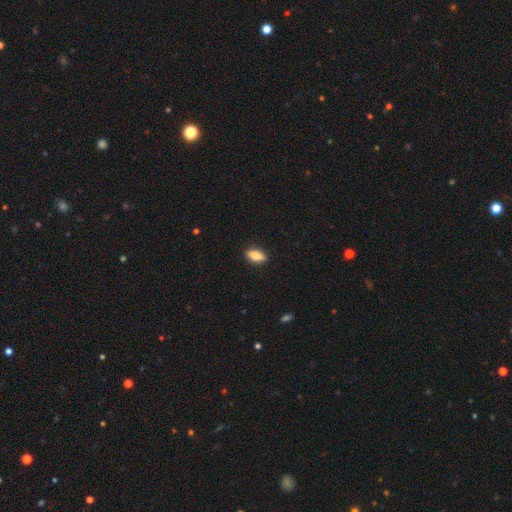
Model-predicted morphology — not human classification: This is clearly a smooth galaxy (86%). How rounded: clearly in between (82%). Merging: clearly none (88%).